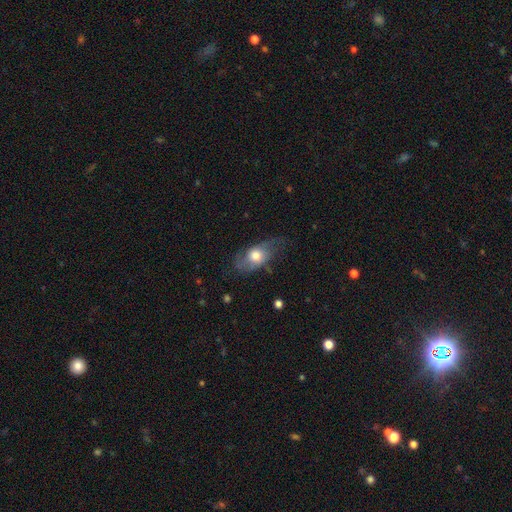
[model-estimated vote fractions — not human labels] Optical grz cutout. It shows a smooth galaxy with no disk features (54%) that is in between round and cigar-shaped (79%). Merging: none (48%).